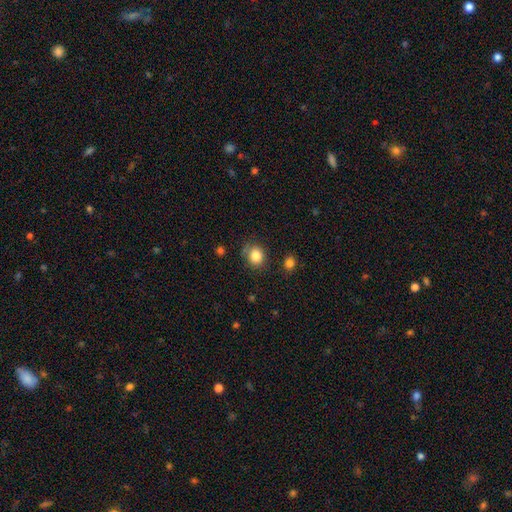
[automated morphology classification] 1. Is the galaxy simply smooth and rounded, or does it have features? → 84% smooth, 10% star or artifact, 6% featured or disk.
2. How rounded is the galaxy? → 69% round, 30% in between, 1% cigar-shaped.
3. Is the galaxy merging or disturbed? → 75% none, 16% minor disturbance, 4% major disturbance, 4% merger.